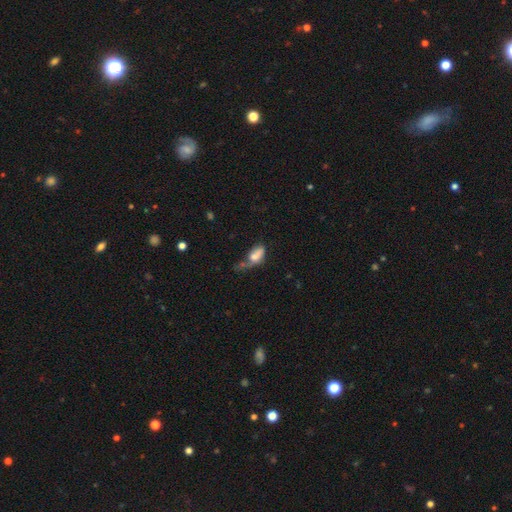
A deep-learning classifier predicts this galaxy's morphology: Smooth or featured: smooth — 66% (featured or disk — 25%)
How rounded: in between — 85% (round — 8%)
Merging: major disturbance — 39% (minor disturbance — 24%)